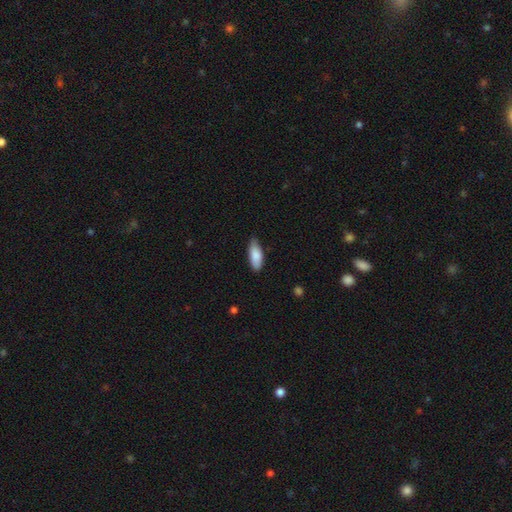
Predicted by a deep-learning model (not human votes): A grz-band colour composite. It shows a smooth galaxy with no disk features (85%) that is in between round and cigar-shaped (75%). Merging: none (74%).